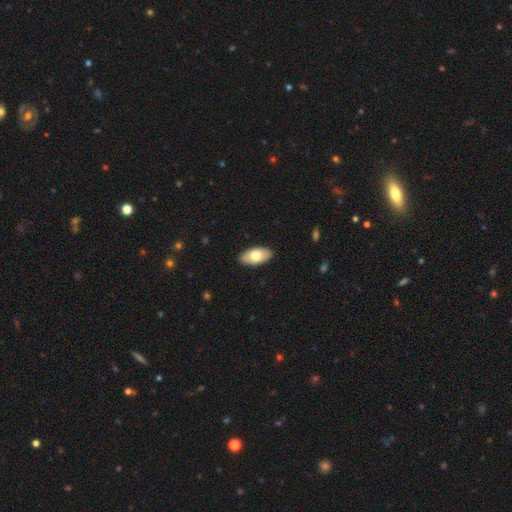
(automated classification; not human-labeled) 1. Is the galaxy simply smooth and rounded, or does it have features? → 72% smooth, 22% featured or disk, 6% star or artifact.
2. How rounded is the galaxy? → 93% in between, 4% cigar-shaped, 3% round.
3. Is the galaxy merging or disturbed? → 89% none, 8% minor disturbance, 2% major disturbance, 1% merger.